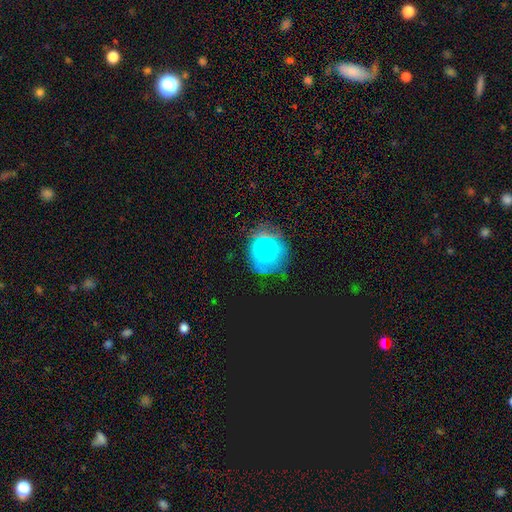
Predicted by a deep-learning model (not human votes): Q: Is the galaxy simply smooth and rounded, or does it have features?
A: smooth — 35%, tied with star or artifact.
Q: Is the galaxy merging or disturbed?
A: none — 71%.